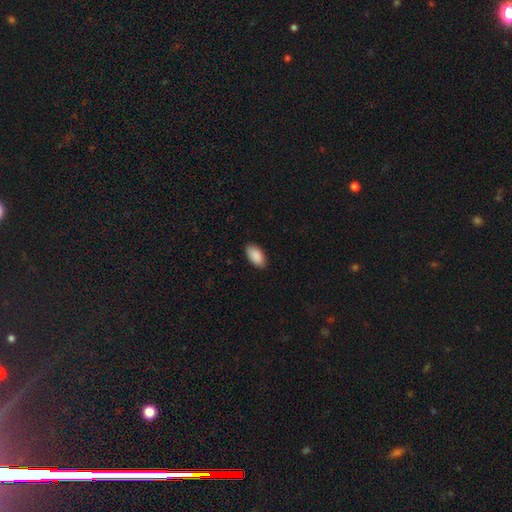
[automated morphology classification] smooth-or-featured: smooth: 90% | star or artifact: 6% | featured or disk: 3%
  how-rounded: in between: 95% | round: 2% | cigar-shaped: 2%
  merging: none: 88% | minor disturbance: 9% | major disturbance: 2% | merger: 1%